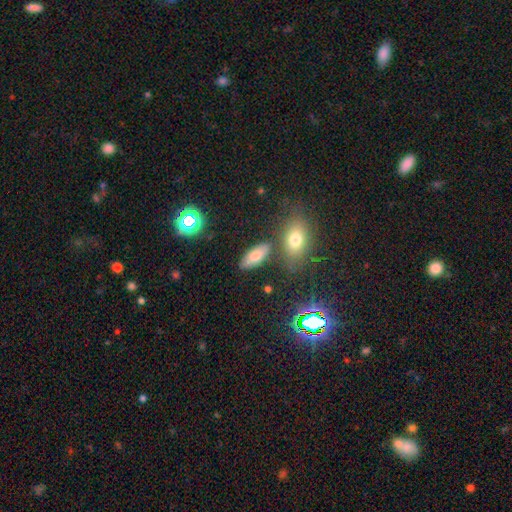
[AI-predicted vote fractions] A smooth galaxy with no disk features (72%) that is in between round and cigar-shaped (82%). Merging: none (79%).